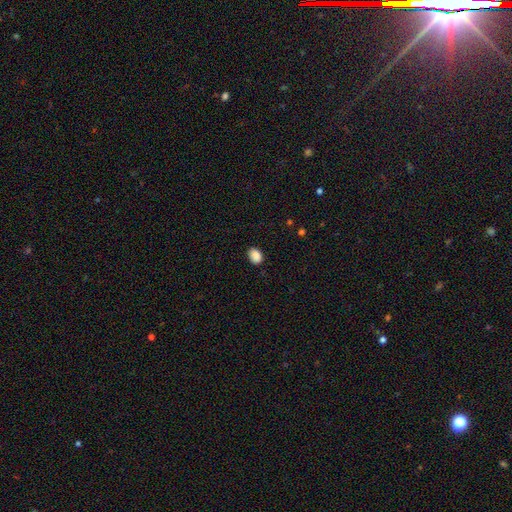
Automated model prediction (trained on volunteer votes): This is clearly a smooth galaxy (89%). How rounded: likely in between (74%). Merging: clearly none (84%).